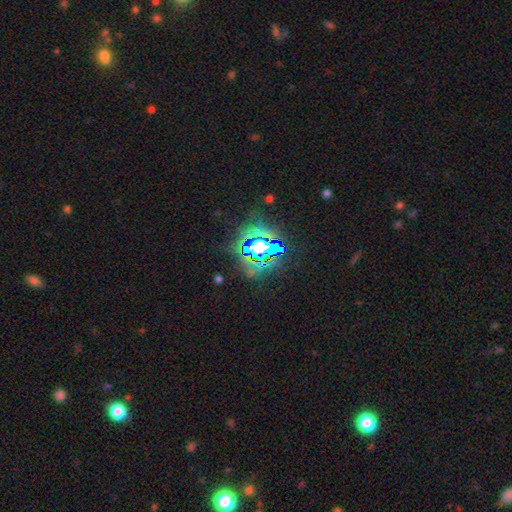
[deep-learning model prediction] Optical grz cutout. It shows a star or artifact, not a galaxy (82%).